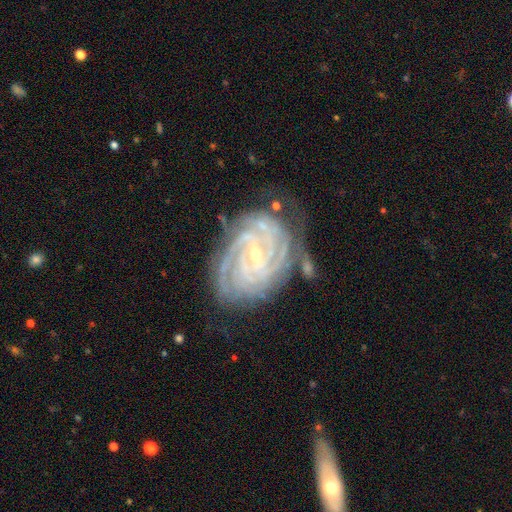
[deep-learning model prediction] Morphology: type=featured or disk (92%); edge-on=no (97%); bar=weak (46%); spiral arms=yes (99%); winding=tight (80%); arm count=4 (36%); bulge=small (76%); merging=none (70%).